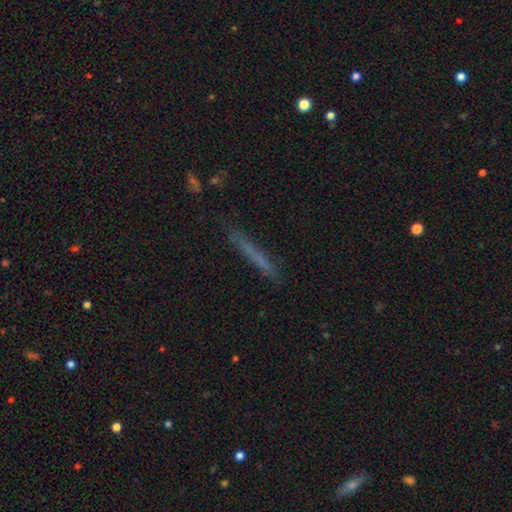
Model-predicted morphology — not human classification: This is possibly a smooth galaxy (56%). How rounded: clearly cigar-shaped (96%). Merging: clearly none (84%).